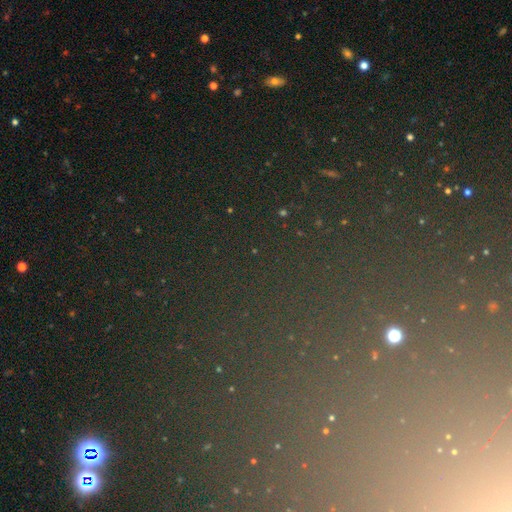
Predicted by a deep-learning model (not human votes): smooth_or_featured: star or artifact (p=0.76) [alt: smooth p=0.14]